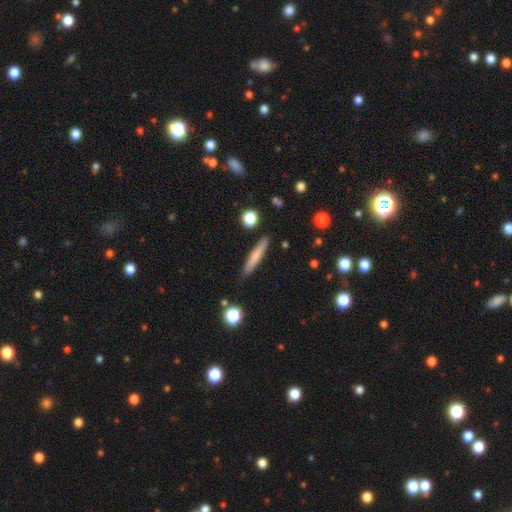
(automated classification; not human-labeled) Smooth or featured? Predicted: smooth (p=0.67). How rounded? Predicted: cigar-shaped (p=0.92). Merging? Predicted: none (p=0.87).